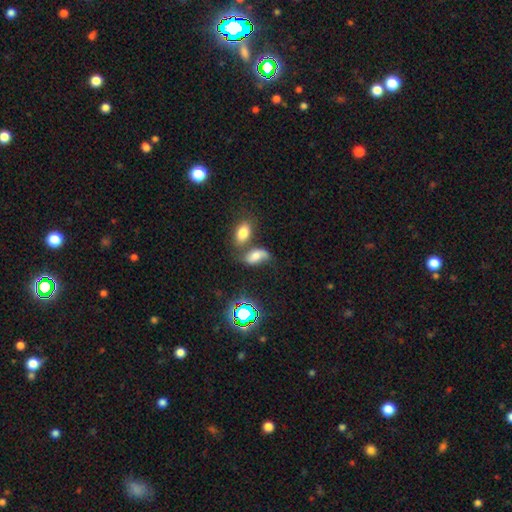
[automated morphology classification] Smooth or featured: smooth — 58% (featured or disk — 22%)
How rounded: in between — 88% (round — 8%)
Merging: none — 39% (merger — 34%)